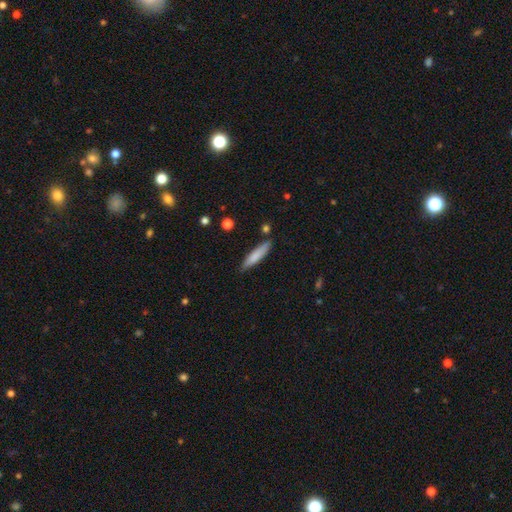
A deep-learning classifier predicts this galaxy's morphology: A smooth galaxy with no disk features (78%) that is cigar-shaped (82%). Merging: none (81%).